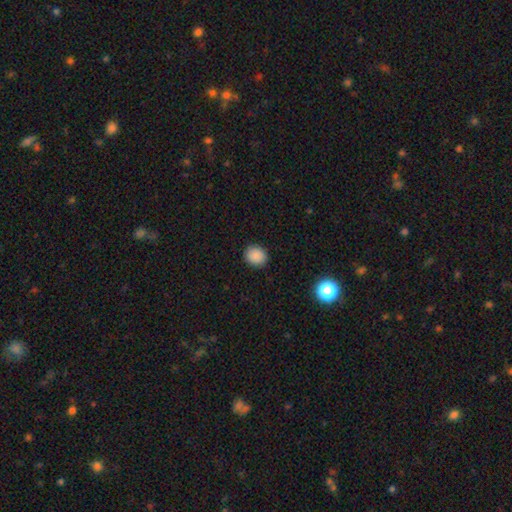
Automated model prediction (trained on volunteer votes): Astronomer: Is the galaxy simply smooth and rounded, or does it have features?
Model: smooth — 88%.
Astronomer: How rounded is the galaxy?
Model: round — 71%.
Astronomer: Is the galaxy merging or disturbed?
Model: none — 90%.